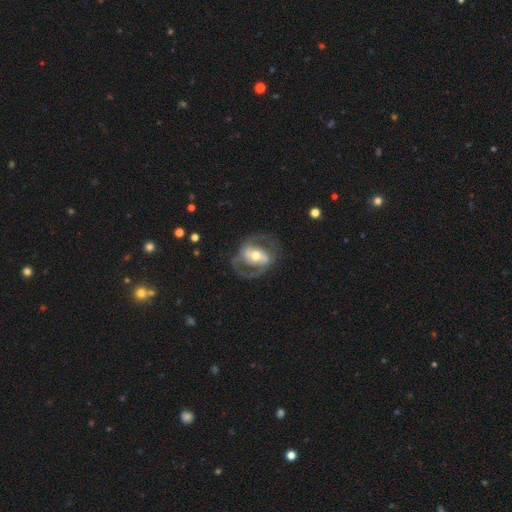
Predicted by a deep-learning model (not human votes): A featured or disk galaxy (78%) with a strong bar (39%), 2 (84%) medium (52%) spiral arms (75%) and a moderate central bulge (70%). Merging: none (66%).